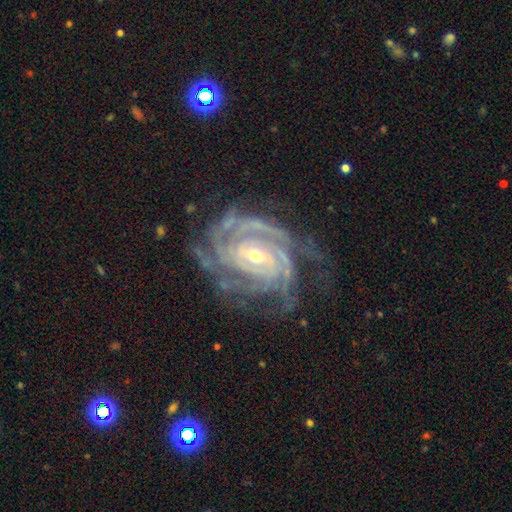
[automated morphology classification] smooth_or_featured: featured or disk (p=0.92) [alt: star or artifact p=0.05]
disk_edge_on: no (p=0.97) [alt: yes p=0.03]
bar: weak (p=0.39) [alt: no p=0.35]
has_spiral_arms: yes (p=0.98) [alt: no p=0.02]
spiral_winding: tight (p=0.77) [alt: medium p=0.20]
spiral_arm_count: 4 (p=0.29) [alt: 3 p=0.22]
bulge_size: small (p=0.58) [alt: moderate p=0.39]
merging: none (p=0.66) [alt: minor disturbance p=0.21]